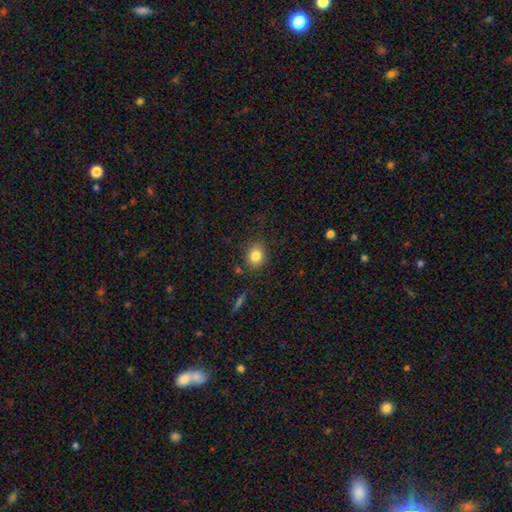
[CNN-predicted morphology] smooth-or-featured: smooth: 82% | star or artifact: 10% | featured or disk: 8%
  how-rounded: round: 64% | in between: 35% | cigar-shaped: 1%
  merging: none: 79% | minor disturbance: 13% | major disturbance: 4% | merger: 3%